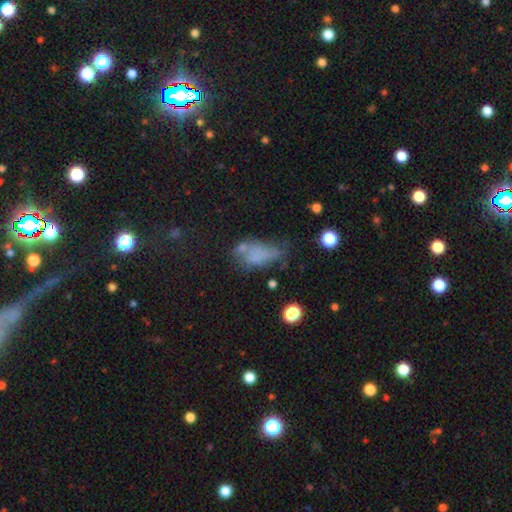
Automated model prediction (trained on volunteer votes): Q: Smooth or featured?
A: smooth (54%); runner-up: featured or disk (29%)
Q: How rounded?
A: in between (84%); runner-up: round (8%)
Q: Merging?
A: none (30%); runner-up: major disturbance (29%)